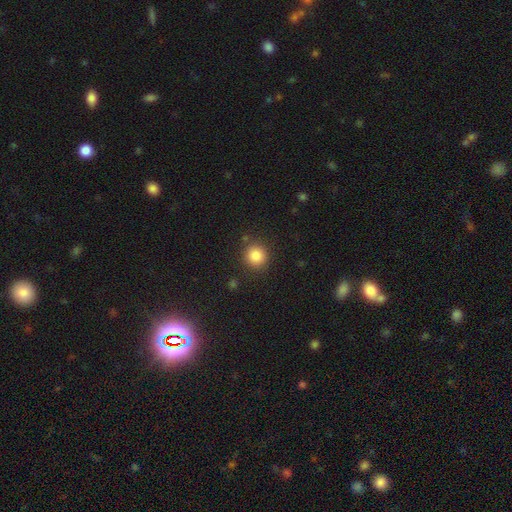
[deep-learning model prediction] Smooth or featured?
  - smooth: 85% *
  - star or artifact: 11%
  - featured or disk: 5%
How rounded?
  - round: 90% *
  - in between: 9%
  - cigar-shaped: 1%
Merging?
  - none: 86% *
  - minor disturbance: 8%
  - major disturbance: 3%
  - merger: 3%